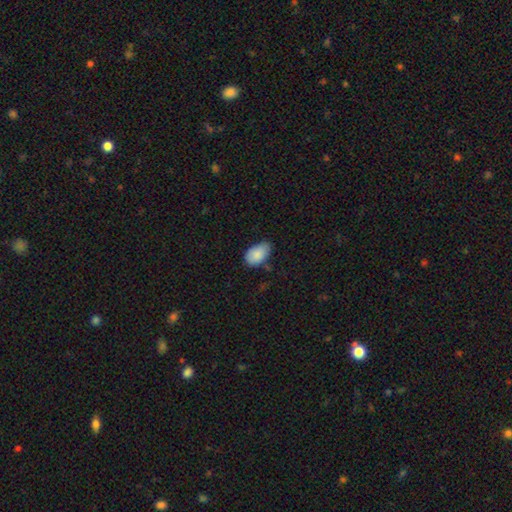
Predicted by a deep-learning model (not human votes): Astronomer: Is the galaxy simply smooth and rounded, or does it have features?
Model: smooth — 86%.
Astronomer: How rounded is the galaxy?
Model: in between — 93%.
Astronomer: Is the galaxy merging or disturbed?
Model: none — 55% (runner-up: minor disturbance, 37%).